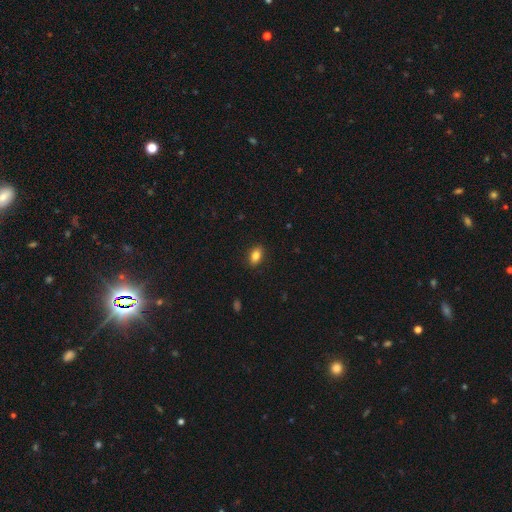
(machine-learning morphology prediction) Overall: smooth (84%). How rounded: in between (86%). Merging: none (89%).